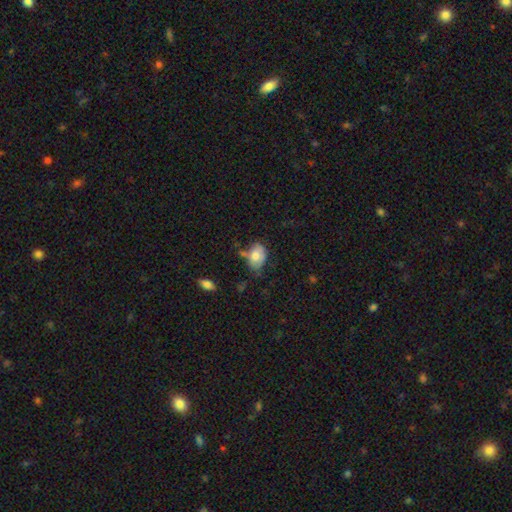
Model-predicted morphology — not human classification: This appears to be a smooth galaxy with no disk features (70%) that is in between round and cigar-shaped (82%). Merging: none (41%).